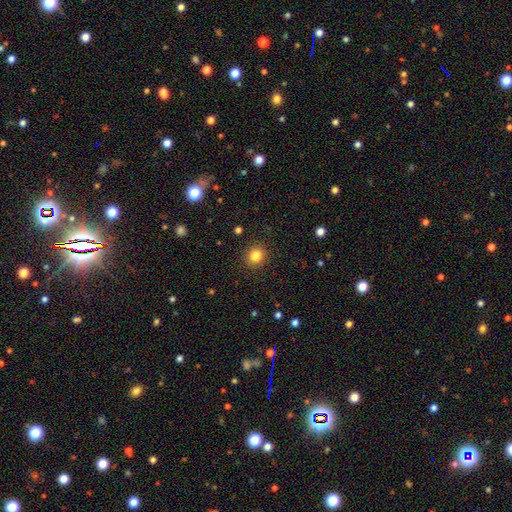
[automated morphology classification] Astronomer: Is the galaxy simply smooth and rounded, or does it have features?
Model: smooth — 83%.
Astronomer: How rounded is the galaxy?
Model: round — 85%.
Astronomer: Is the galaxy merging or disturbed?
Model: none — 91%.